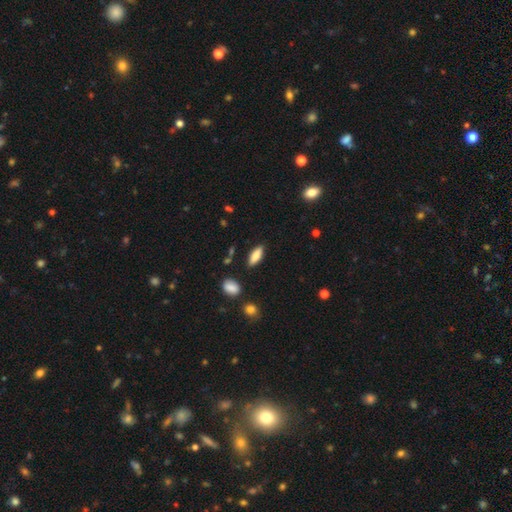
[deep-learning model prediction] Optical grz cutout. It shows a smooth galaxy with no disk features (80%) that is in between round and cigar-shaped (65%). Merging: none (85%).